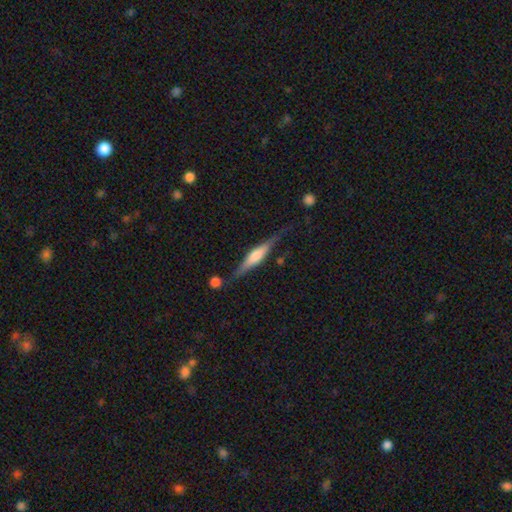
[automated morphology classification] This appears to be a featured or disk galaxy (62%) viewed edge-on (95%) with a rounded central bulge (65%). Merging: none (69%).